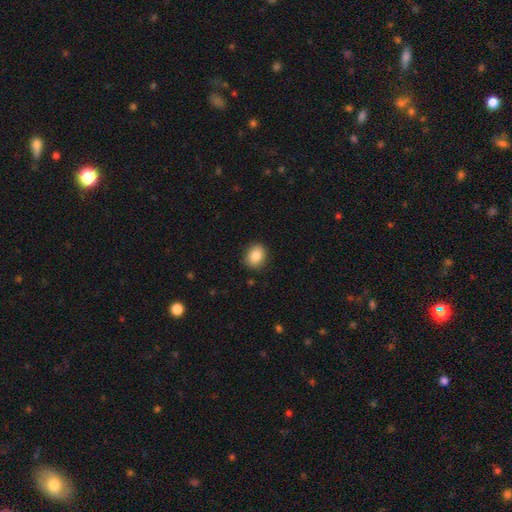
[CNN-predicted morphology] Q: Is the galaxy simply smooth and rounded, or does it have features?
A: smooth — 85%.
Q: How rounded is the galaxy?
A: round — 50%.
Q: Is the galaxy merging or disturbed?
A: none — 88%.